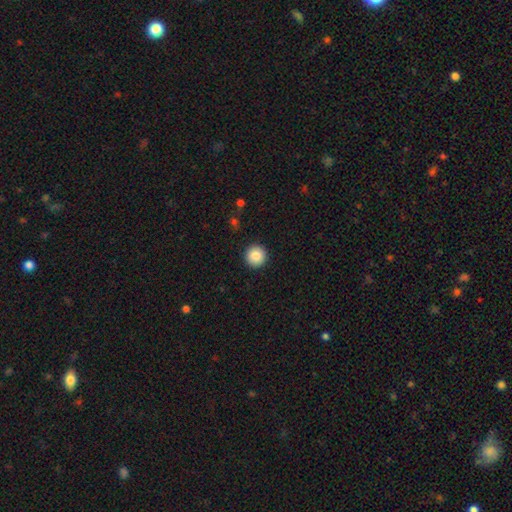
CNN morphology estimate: Smooth or featured?
  - smooth: 87% *
  - star or artifact: 8%
  - featured or disk: 4%
How rounded?
  - round: 96% *
  - in between: 3%
  - cigar-shaped: 1%
Merging?
  - none: 93% *
  - minor disturbance: 4%
  - major disturbance: 2%
  - merger: 1%